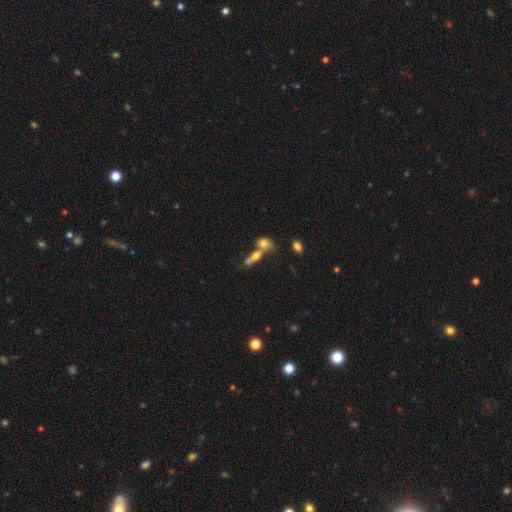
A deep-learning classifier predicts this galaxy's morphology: smooth_or_featured: smooth (p=0.60) [alt: featured or disk p=0.25]
how_rounded: in between (p=0.58) [alt: round p=0.24]
merging: merger (p=0.62) [alt: none p=0.24]